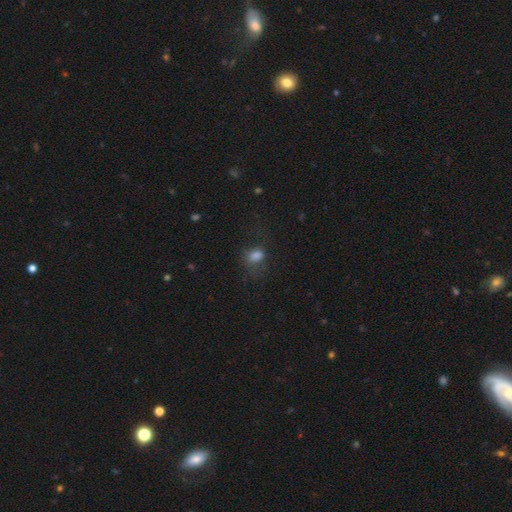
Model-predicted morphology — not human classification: Smooth or featured? smooth (73%)
How rounded? in between (70%)
Merging? none (51%)